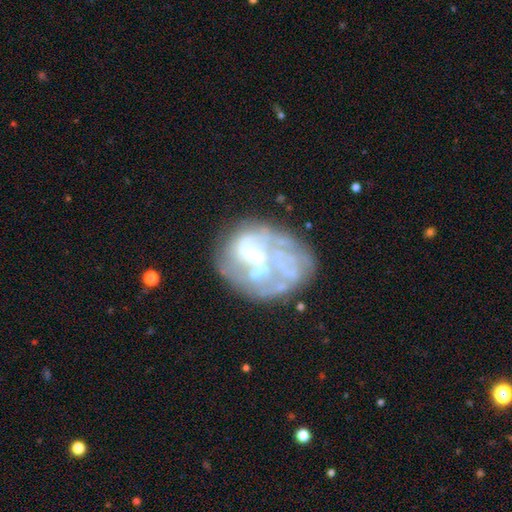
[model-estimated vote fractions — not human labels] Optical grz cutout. It shows a featured or disk galaxy (70%) with no bar (67%), no spiral arms (59%) and no central bulge (44%). Merging: none (42%).